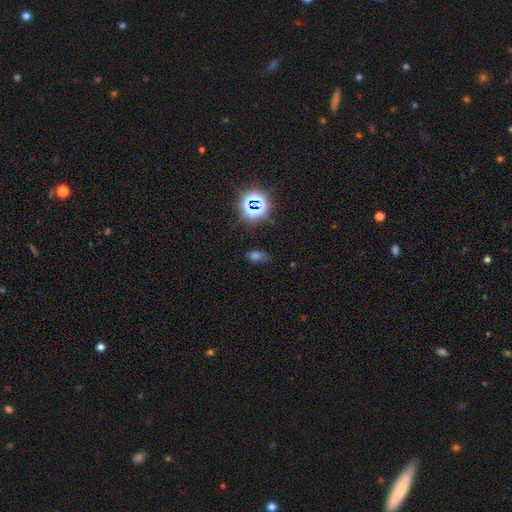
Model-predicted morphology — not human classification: A smooth galaxy with no disk features (48%). Merging: none (71%).